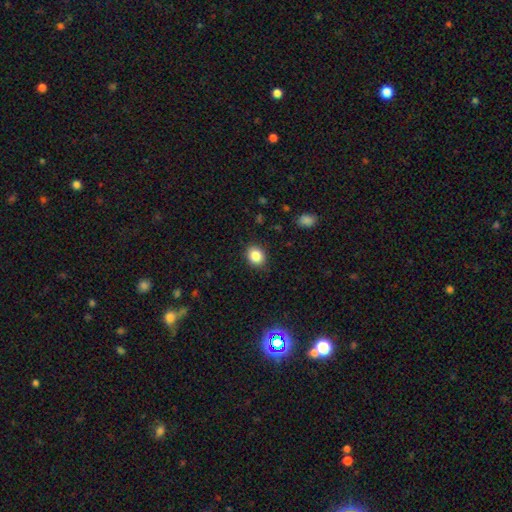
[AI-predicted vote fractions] Q: Smooth or featured?
A: smooth (85%); runner-up: star or artifact (9%)
Q: How rounded?
A: round (58%); runner-up: in between (41%)
Q: Merging?
A: none (89%); runner-up: minor disturbance (8%)